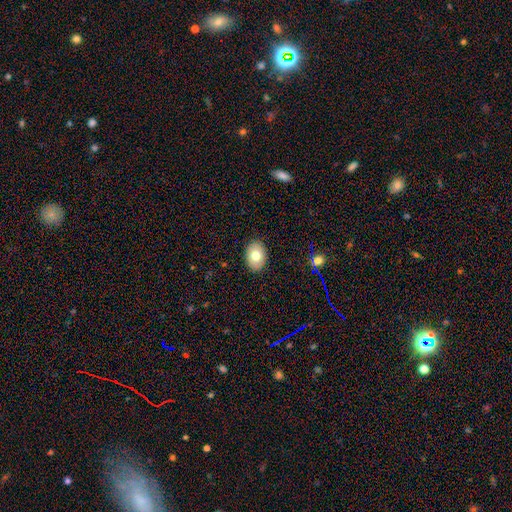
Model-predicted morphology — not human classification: Smooth or featured?
  - smooth: 76% *
  - featured or disk: 15%
  - star or artifact: 8%
How rounded?
  - in between: 78% *
  - round: 21%
  - cigar-shaped: 1%
Merging?
  - none: 90% *
  - minor disturbance: 8%
  - major disturbance: 2%
  - merger: 1%